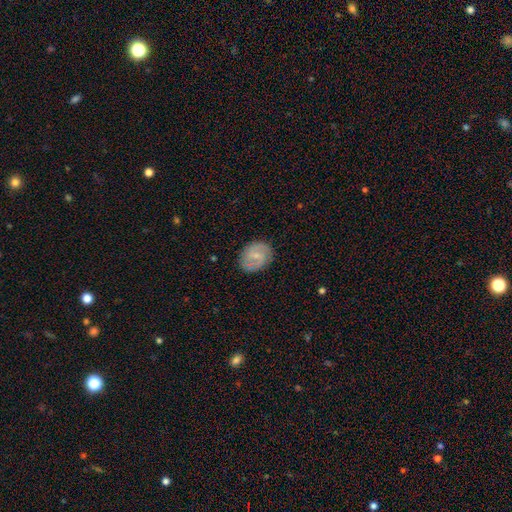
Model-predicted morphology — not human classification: Overall: featured or disk (53%; smooth 40%). Edge-on disk: no (97%). Bar: weak (55%; no 32%). Spiral arms: yes (80%). Bulge size: small (67%). Merging: none (83%).